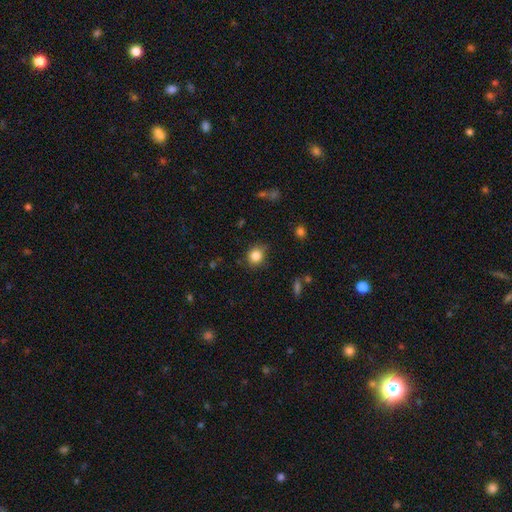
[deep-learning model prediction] Q: Smooth or featured?
A: smooth (84%); runner-up: star or artifact (11%)
Q: How rounded?
A: round (82%); runner-up: in between (17%)
Q: Merging?
A: none (80%); runner-up: minor disturbance (15%)